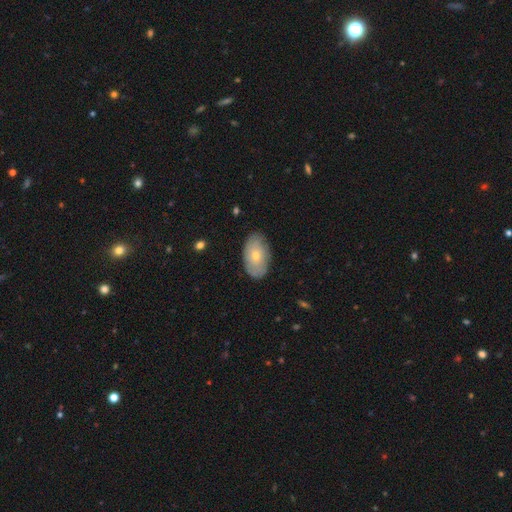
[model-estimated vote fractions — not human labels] Morphology: type=smooth (62%); roundness=in between (93%); merging=none (80%).